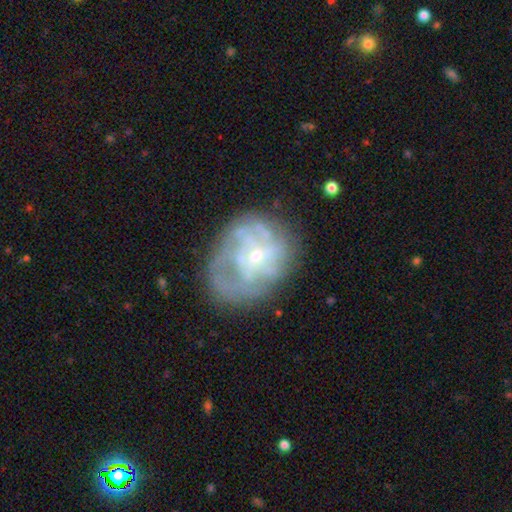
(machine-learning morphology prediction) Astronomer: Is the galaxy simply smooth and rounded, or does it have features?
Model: featured or disk — 67%.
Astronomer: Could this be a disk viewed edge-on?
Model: no — 97%.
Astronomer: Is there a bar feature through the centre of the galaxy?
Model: no — 73%.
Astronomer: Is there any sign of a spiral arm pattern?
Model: yes — 50%, tied with no at 50%.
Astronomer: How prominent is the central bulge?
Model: small — 66%.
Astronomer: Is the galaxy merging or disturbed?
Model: none — 58%.